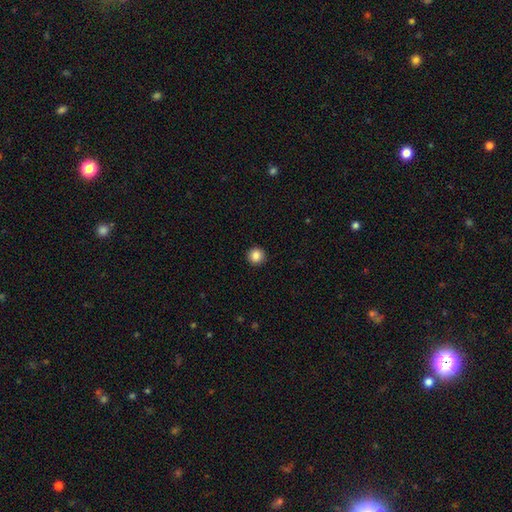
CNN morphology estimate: Smooth or featured?
  - smooth: 86% *
  - star or artifact: 10%
  - featured or disk: 4%
How rounded?
  - round: 95% *
  - in between: 5%
  - cigar-shaped: 1%
Merging?
  - none: 93% *
  - minor disturbance: 5%
  - major disturbance: 2%
  - merger: 1%